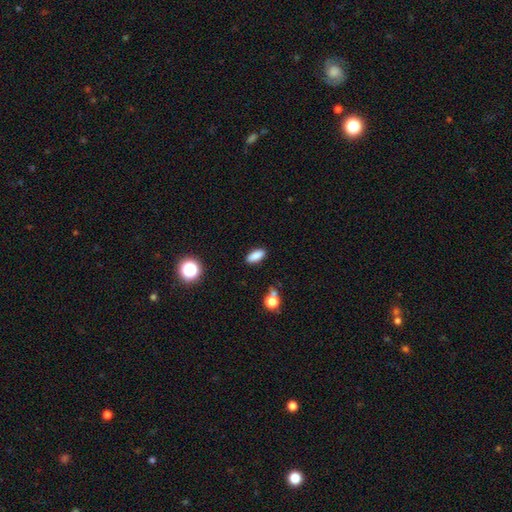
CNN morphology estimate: smooth-or-featured: smooth: 85% | star or artifact: 10% | featured or disk: 6%
  how-rounded: in between: 79% | cigar-shaped: 17% | round: 4%
  merging: none: 87% | minor disturbance: 9% | major disturbance: 2% | merger: 2%